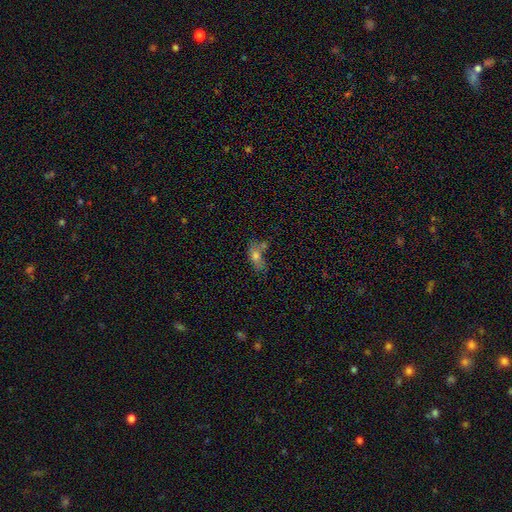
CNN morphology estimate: type=smooth (67%); roundness=in between (75%); merging=none (43%).